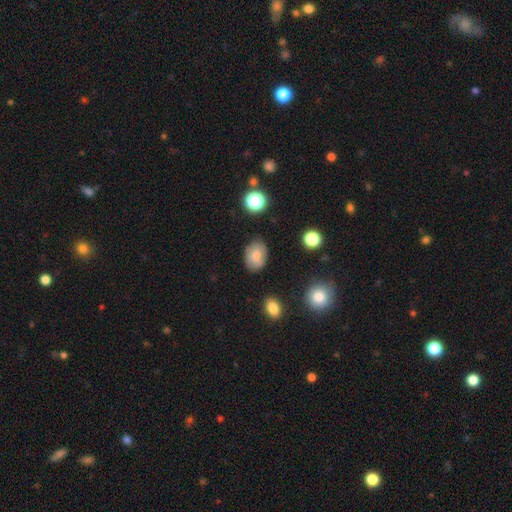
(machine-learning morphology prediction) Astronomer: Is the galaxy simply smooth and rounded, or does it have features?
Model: smooth — 73%.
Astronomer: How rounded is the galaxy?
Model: in between — 73%.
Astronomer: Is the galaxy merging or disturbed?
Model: none — 79%.